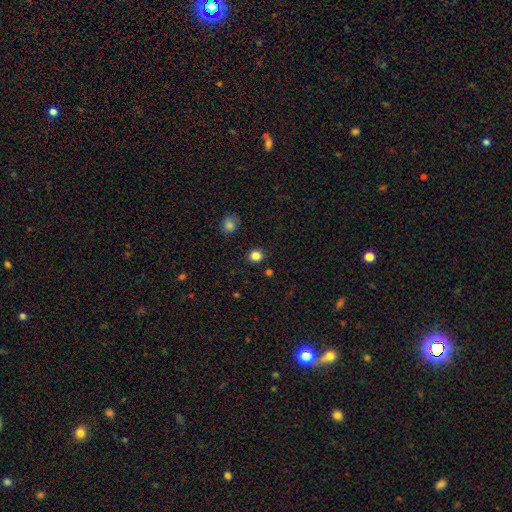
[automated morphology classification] smooth-or-featured: smooth: 84% | star or artifact: 12% | featured or disk: 4%
  how-rounded: round: 86% | in between: 13% | cigar-shaped: 1%
  merging: none: 90% | minor disturbance: 6% | major disturbance: 2% | merger: 2%